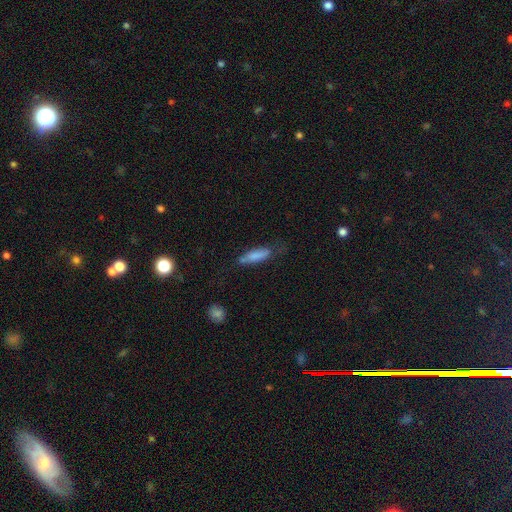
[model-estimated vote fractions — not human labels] smooth-or-featured: smooth: 75% | featured or disk: 18% | star or artifact: 7%
  how-rounded: cigar-shaped: 57% | in between: 41% | round: 2%
  merging: none: 52% | minor disturbance: 30% | major disturbance: 12% | merger: 6%